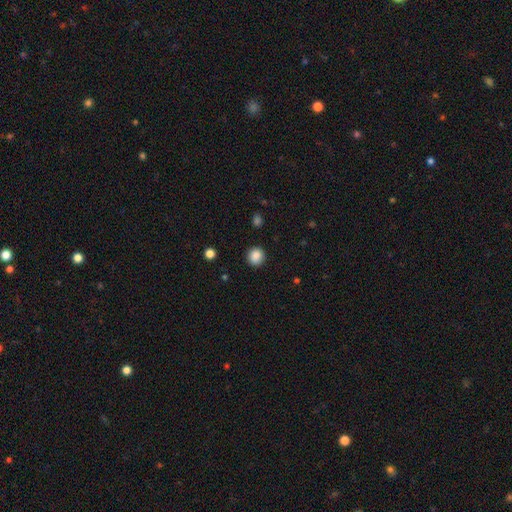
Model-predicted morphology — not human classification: A smooth galaxy with no disk features (87%) that is round (89%).

Vote fractions:
- Smooth or featured? smooth: 87% / star or artifact: 10% / featured or disk: 3%
- How rounded? round: 89% / in between: 10% / cigar-shaped: 1%
- Merging? none: 90% / minor disturbance: 7% / major disturbance: 2% / merger: 1%